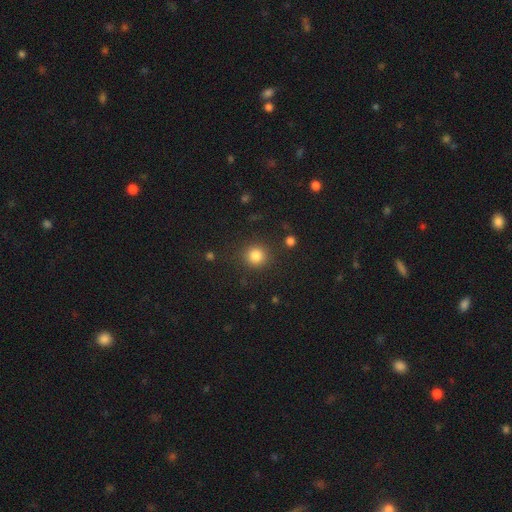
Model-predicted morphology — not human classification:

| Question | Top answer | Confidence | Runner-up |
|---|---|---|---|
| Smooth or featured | smooth | 84% | star or artifact (12%) |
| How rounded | round | 92% | in between (7%) |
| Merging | none | 88% | minor disturbance (7%) |